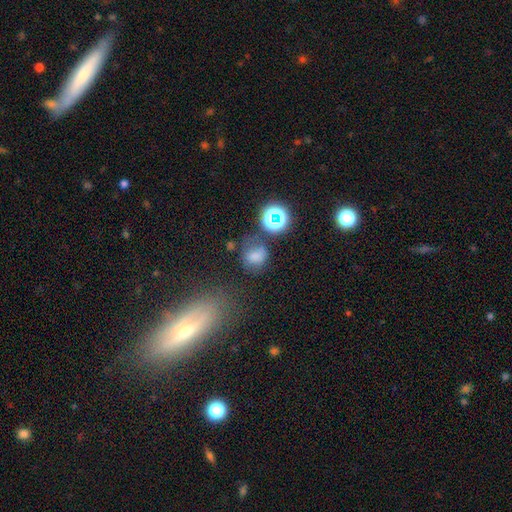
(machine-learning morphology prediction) Smooth or featured?
  - smooth: 66% *
  - star or artifact: 21%
  - featured or disk: 13%
How rounded?
  - round: 63% *
  - in between: 36%
  - cigar-shaped: 1%
Merging?
  - none: 50% *
  - minor disturbance: 23%
  - major disturbance: 16%
  - merger: 11%